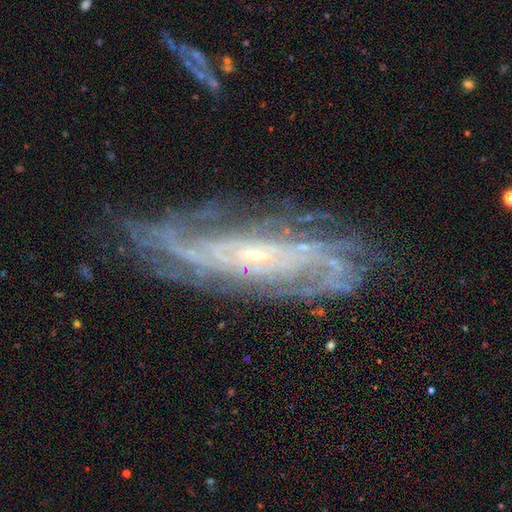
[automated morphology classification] Smooth or featured? featured or disk (86%)
Edge-on disk? no (84%)
Bar? no (53%)
Spiral arms? yes (96%)
Spiral winding? tight (59%)
Spiral arm count? can't tell (32%)
Bulge size? small (80%)
Merging? none (76%)